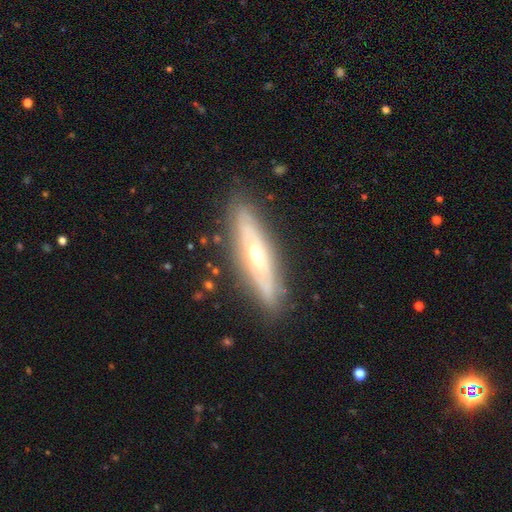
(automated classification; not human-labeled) Smooth or featured? featured or disk (67%)
Edge-on disk? yes (63%)
Merging? none (83%)